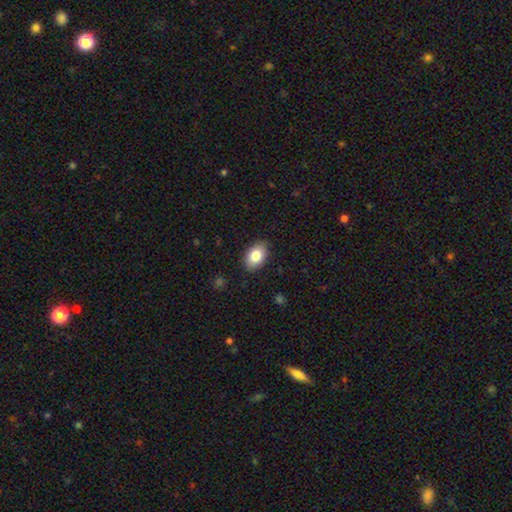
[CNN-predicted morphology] The model was most divided on "smooth or featured": smooth: 83%, featured or disk: 10%, star or artifact: 7%. More confident: how rounded — in between (90%); merging — none (88%).